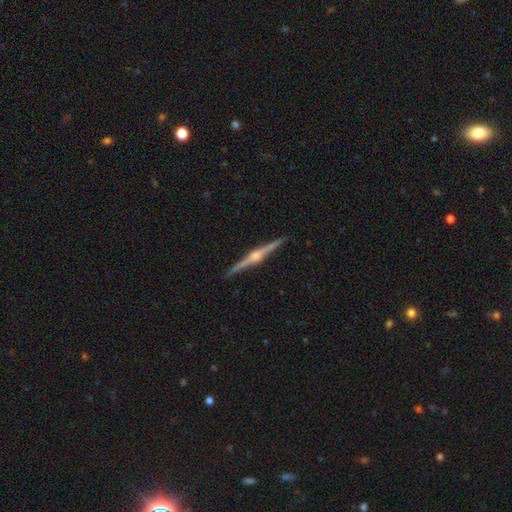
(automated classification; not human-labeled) Smooth or featured? Predicted: featured or disk (p=0.87). Edge-on disk? Predicted: yes (p=0.99). Edge-on bulge? Predicted: rounded (p=0.87). Merging? Predicted: none (p=0.92).